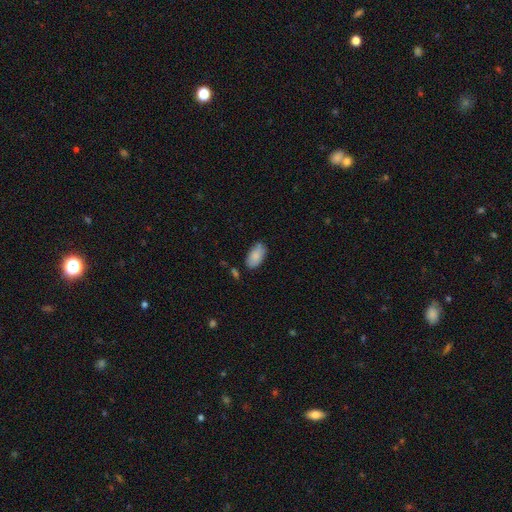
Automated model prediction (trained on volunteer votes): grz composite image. It shows a smooth galaxy with no disk features (86%) that is in between round and cigar-shaped (94%). Merging: none (72%).